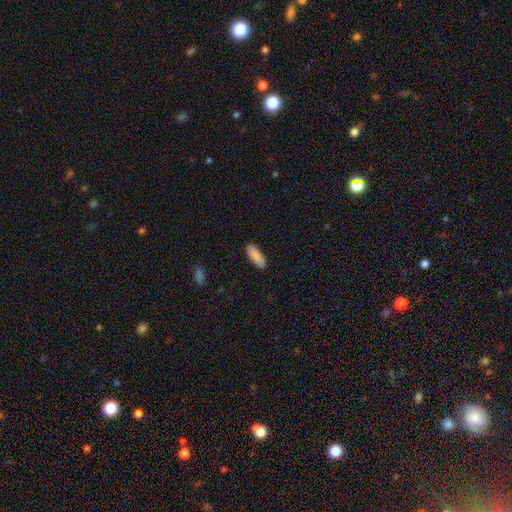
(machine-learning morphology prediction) smooth_or_featured: smooth (p=0.88) [alt: featured or disk p=0.06]
how_rounded: in between (p=0.68) [alt: cigar-shaped p=0.30]
merging: none (p=0.89) [alt: minor disturbance p=0.08]